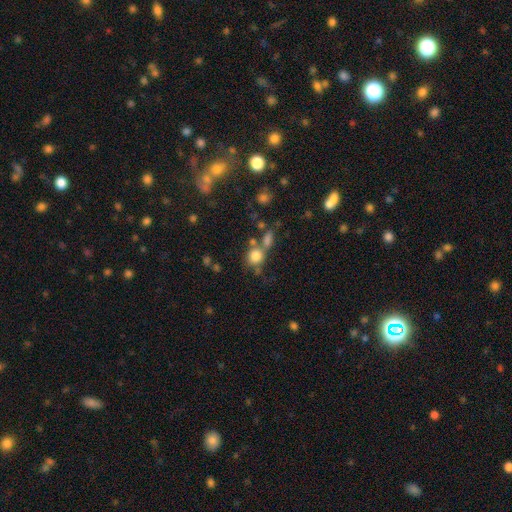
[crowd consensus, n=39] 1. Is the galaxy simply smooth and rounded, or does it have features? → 90% smooth, 5% featured or disk, 5% star or artifact.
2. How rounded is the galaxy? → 100% round, 0% in between, 0% cigar-shaped.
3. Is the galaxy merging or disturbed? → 76% none, 14% merger, 5% minor disturbance, 5% major disturbance.